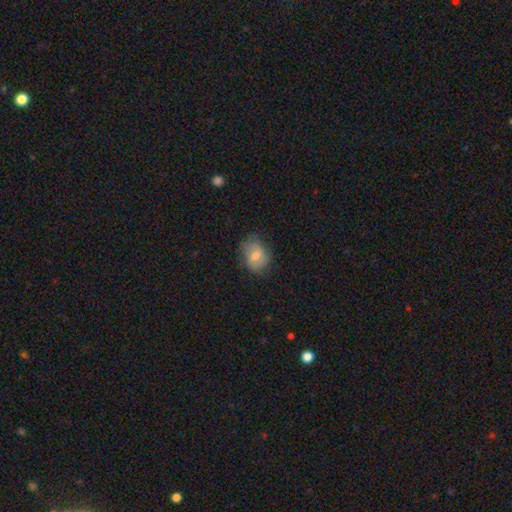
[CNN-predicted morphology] Smooth or featured: smooth — 64% (featured or disk — 27%)
How rounded: in between — 50% (round — 49%)
Merging: none — 67% (minor disturbance — 24%)